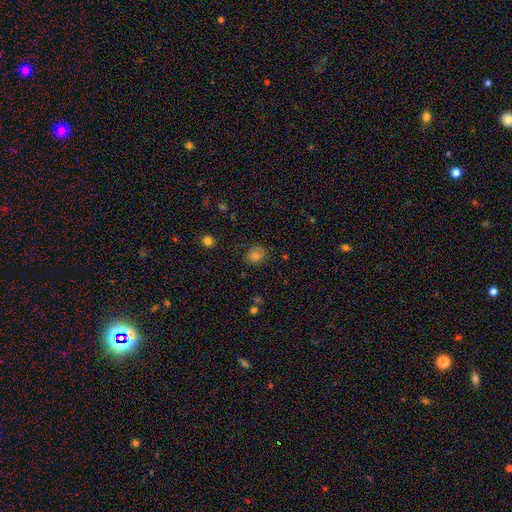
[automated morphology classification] smooth_or_featured: smooth (p=0.76) [alt: star or artifact p=0.15]
how_rounded: round (p=0.70) [alt: in between p=0.29]
merging: none (p=0.79) [alt: minor disturbance p=0.16]